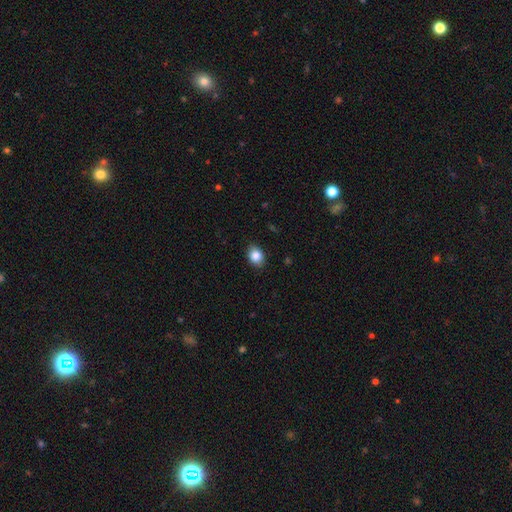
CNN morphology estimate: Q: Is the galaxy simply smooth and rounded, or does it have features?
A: smooth — 86%.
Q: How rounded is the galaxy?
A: in between — 65%.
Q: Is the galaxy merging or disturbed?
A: none — 85%.